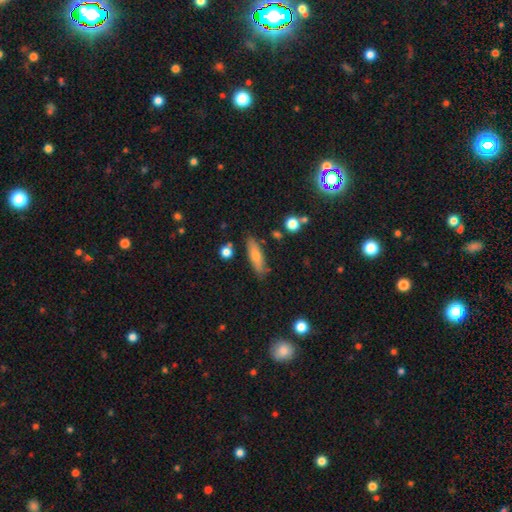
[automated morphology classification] A smooth galaxy with no disk features (66%) that is cigar-shaped (57%). Merging: none (78%).